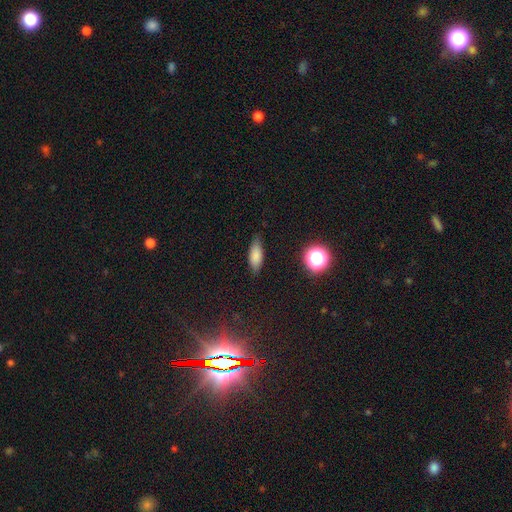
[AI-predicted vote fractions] Smooth or featured? smooth (79%)
How rounded? in between (72%)
Merging? none (78%)